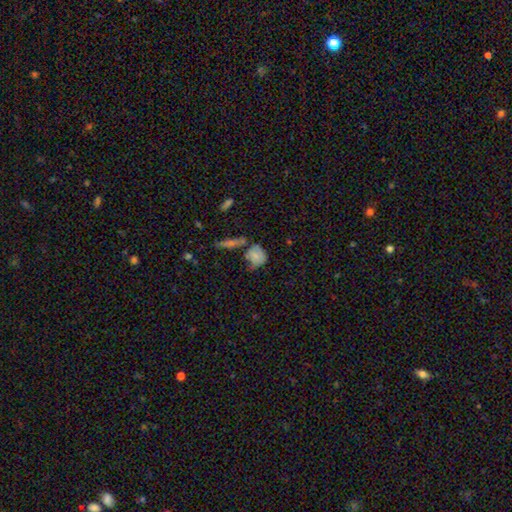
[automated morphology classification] A smooth galaxy with no disk features (73%) that is round (55%).

Vote fractions:
- Smooth or featured? smooth: 73% / featured or disk: 17% / star or artifact: 11%
- How rounded? round: 55% / in between: 42% / cigar-shaped: 3%
- Merging? none: 41% / minor disturbance: 26% / merger: 21% / major disturbance: 12%